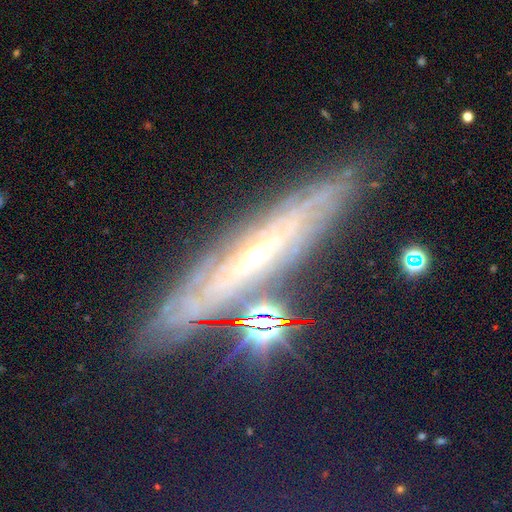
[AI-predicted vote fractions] A featured or disk galaxy (68%) viewed edge-on (58%).

Vote fractions:
- Smooth or featured? featured or disk: 68% / star or artifact: 18% / smooth: 14%
- Edge-on disk? yes: 58% / no: 42%
- Merging? none: 80% / minor disturbance: 14% / major disturbance: 4% / merger: 3%